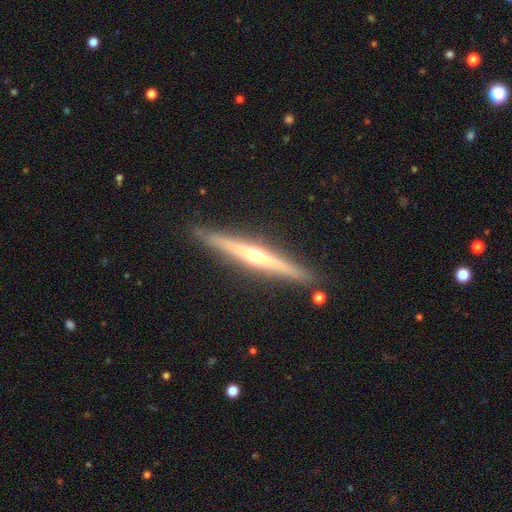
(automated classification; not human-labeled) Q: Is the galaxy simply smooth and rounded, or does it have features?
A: featured or disk — 74%.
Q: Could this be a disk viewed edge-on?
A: yes — 98%.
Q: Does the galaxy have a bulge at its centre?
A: rounded — 81%.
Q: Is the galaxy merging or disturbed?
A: none — 88%.